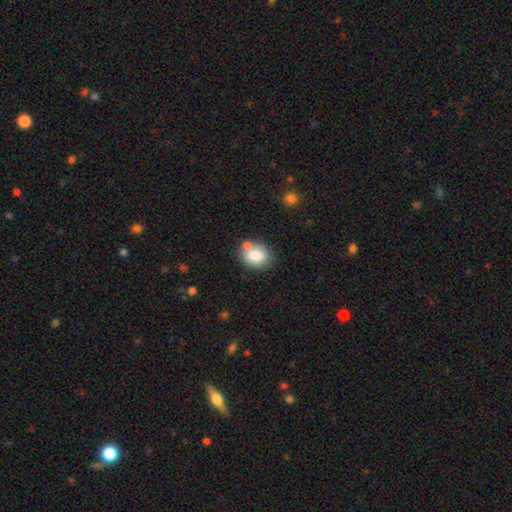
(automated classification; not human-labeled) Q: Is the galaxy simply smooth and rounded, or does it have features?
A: smooth — 82%.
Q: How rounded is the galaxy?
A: in between — 56%.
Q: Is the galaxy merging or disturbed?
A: none — 61%.